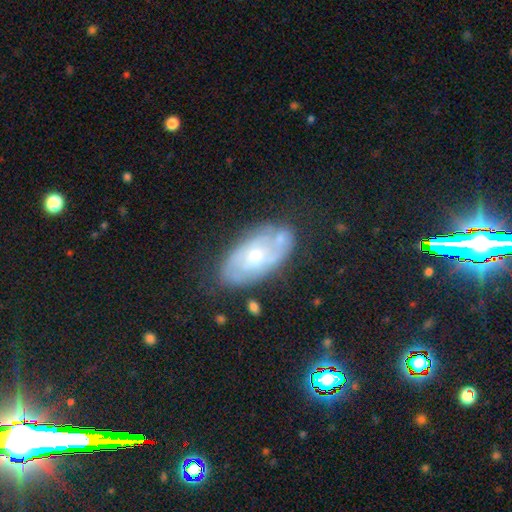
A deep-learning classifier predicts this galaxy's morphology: Smooth or featured: featured or disk — 64% (smooth — 28%)
Edge-on disk: no — 92% (yes — 8%)
Bar: no — 74% (weak — 22%)
Spiral arms: yes — 64% (no — 36%)
Bulge size: moderate — 50% (small — 45%)
Merging: none — 70% (minor disturbance — 19%)